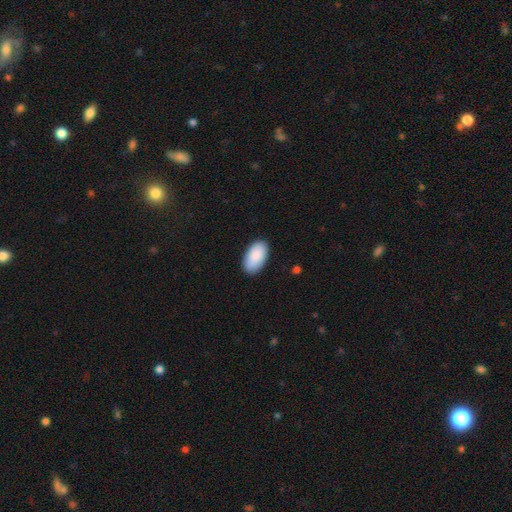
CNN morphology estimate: This appears to be a smooth galaxy with no disk features (90%) that is in between round and cigar-shaped (96%). Merging: none (87%).